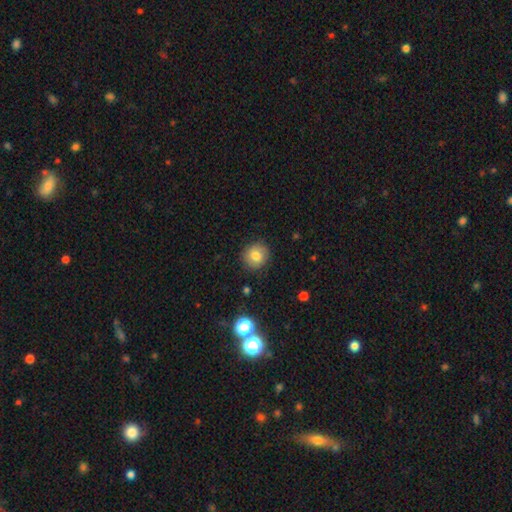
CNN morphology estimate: smooth-or-featured: smooth: 78% | featured or disk: 12% | star or artifact: 10%
  how-rounded: round: 85% | in between: 14% | cigar-shaped: 1%
  merging: none: 86% | minor disturbance: 10% | major disturbance: 3% | merger: 1%